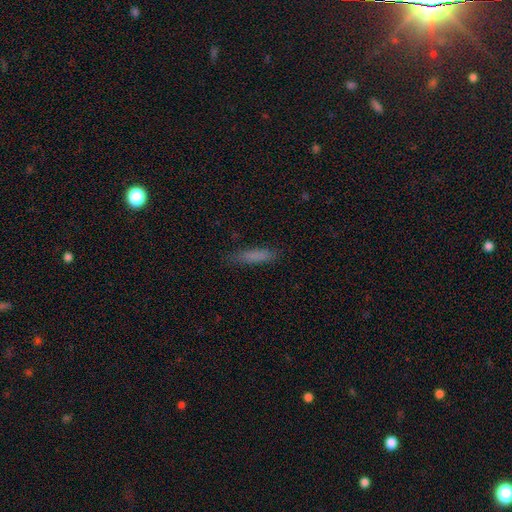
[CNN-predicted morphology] type=smooth (80%); roundness=cigar-shaped (81%); merging=none (80%).